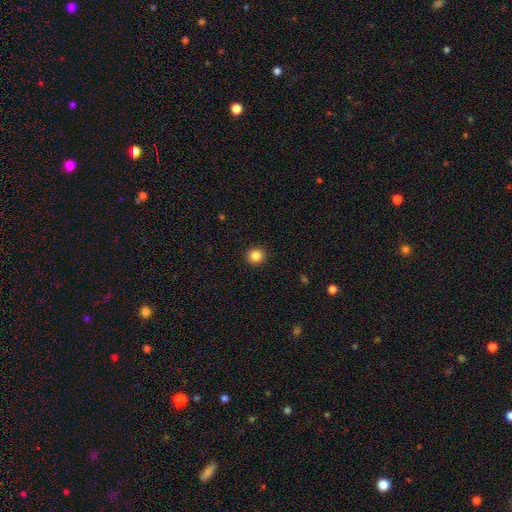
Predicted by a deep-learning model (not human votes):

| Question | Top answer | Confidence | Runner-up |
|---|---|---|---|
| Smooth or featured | smooth | 85% | star or artifact (11%) |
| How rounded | round | 91% | in between (8%) |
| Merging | none | 92% | minor disturbance (5%) |